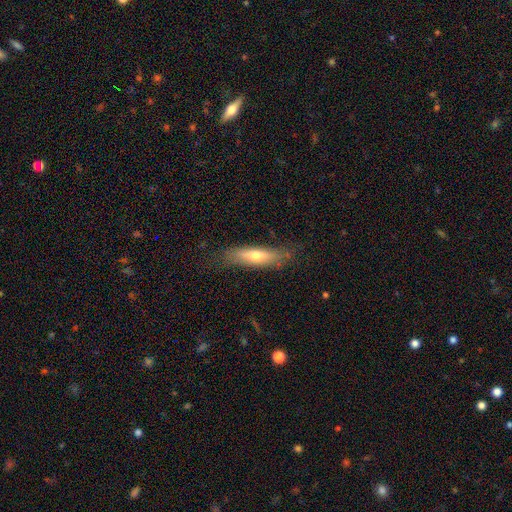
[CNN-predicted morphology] This appears to be a smooth galaxy with no disk features (54%) that is cigar-shaped (68%). Merging: none (77%).